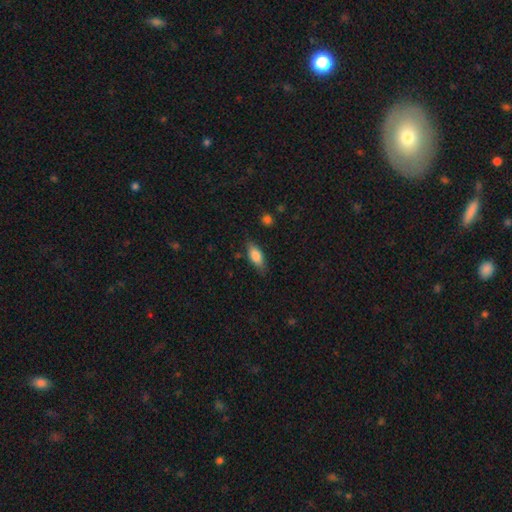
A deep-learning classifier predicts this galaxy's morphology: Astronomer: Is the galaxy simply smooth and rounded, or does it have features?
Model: smooth — 80%.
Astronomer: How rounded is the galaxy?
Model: in between — 79%.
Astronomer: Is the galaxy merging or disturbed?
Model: none — 78%.